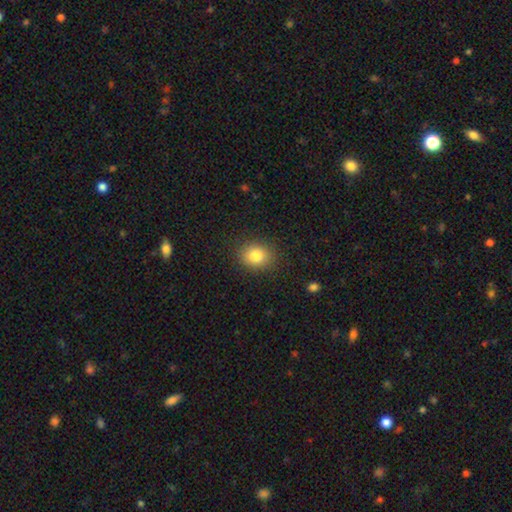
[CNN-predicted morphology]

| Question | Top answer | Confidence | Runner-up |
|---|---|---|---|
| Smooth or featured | smooth | 82% | star or artifact (10%) |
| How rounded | round | 59% | in between (40%) |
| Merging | none | 87% | minor disturbance (9%) |